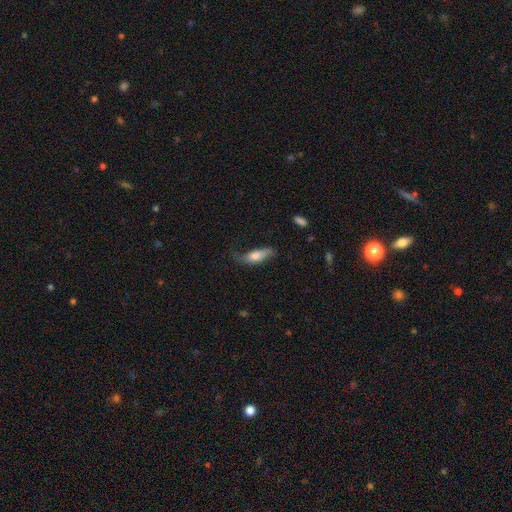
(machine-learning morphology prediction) A smooth galaxy with no disk features (69%) that is in between round and cigar-shaped (62%). Merging: none (48%).